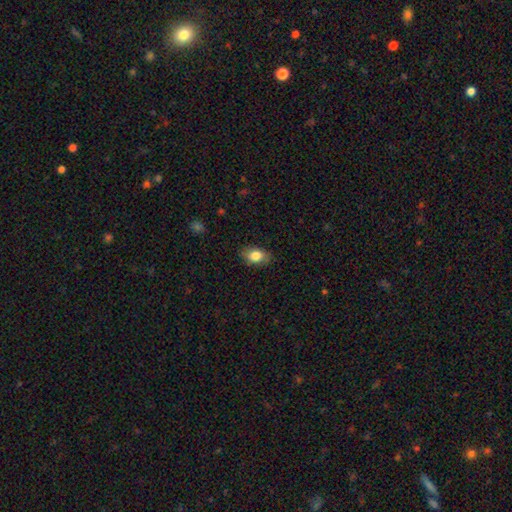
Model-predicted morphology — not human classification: smooth_or_featured: smooth (p=0.83) [alt: featured or disk p=0.09]
how_rounded: in between (p=0.85) [alt: round p=0.14]
merging: none (p=0.83) [alt: minor disturbance p=0.13]